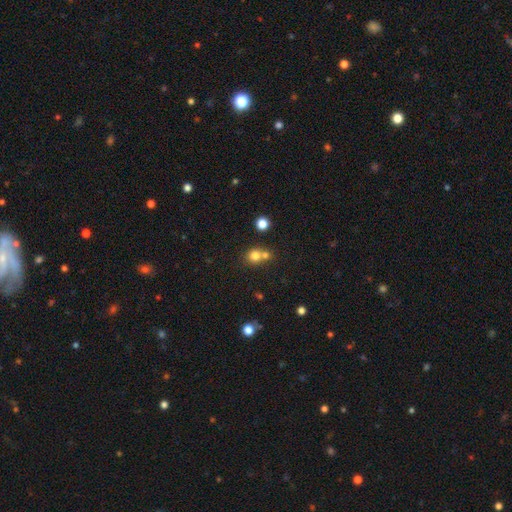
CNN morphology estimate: type=smooth (77%); roundness=round (83%); merging=none (47%).